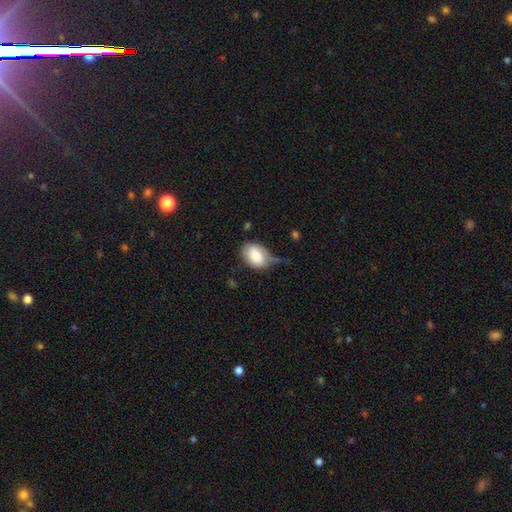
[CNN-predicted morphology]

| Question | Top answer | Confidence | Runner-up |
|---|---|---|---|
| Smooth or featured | smooth | 78% | featured or disk (15%) |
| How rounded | in between | 82% | round (17%) |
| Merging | none | 37% | tied: minor disturbance (37%) |